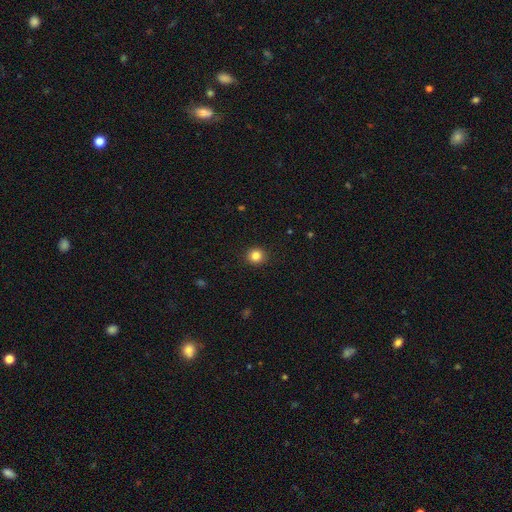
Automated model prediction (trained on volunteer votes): This appears to be a smooth galaxy with no disk features (84%) that is round (91%). Merging: none (92%).